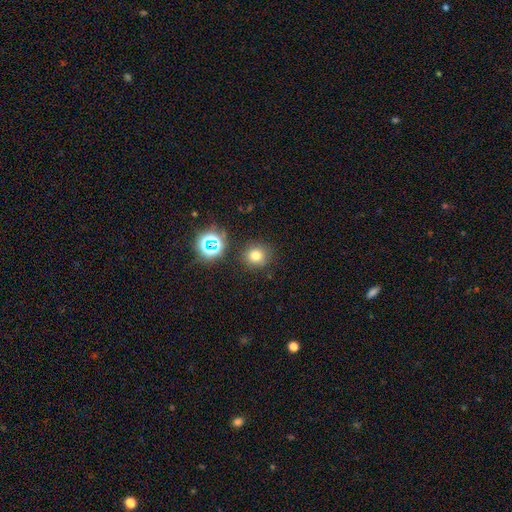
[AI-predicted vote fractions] Overall: smooth (72%). How rounded: round (88%). Merging: none (85%).